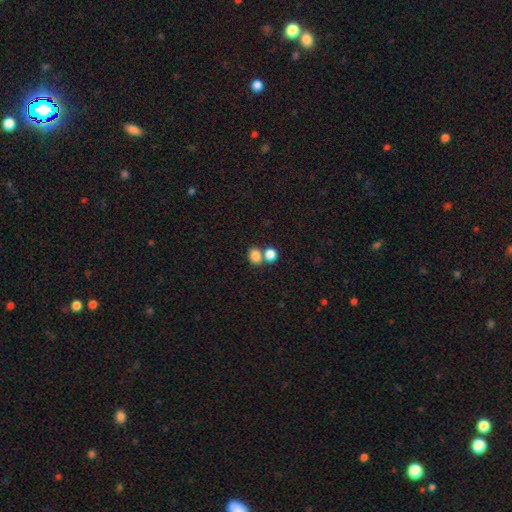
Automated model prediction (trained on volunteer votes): Smooth or featured? smooth (83%)
How rounded? round (50%)
Merging? none (49%)